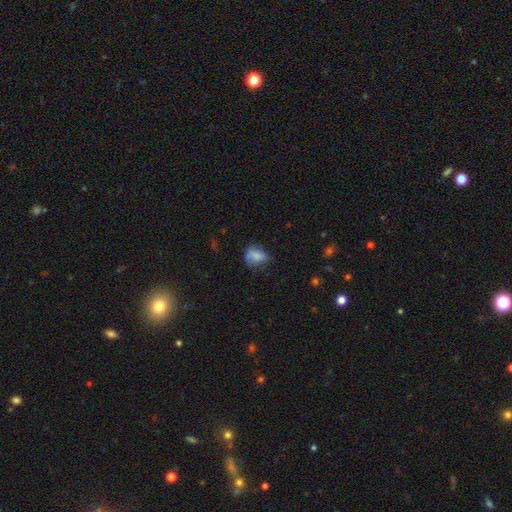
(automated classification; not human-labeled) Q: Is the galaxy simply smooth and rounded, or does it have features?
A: smooth — 71%.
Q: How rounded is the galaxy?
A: in between — 63%.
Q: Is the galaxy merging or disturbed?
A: none — 40%.